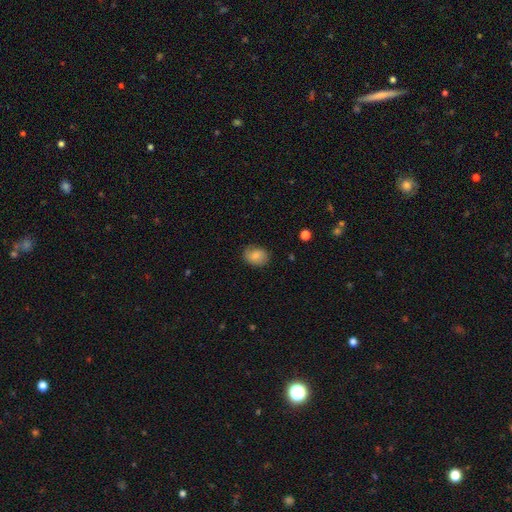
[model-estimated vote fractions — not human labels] Smooth or featured? smooth (77%)
How rounded? in between (62%)
Merging? none (78%)